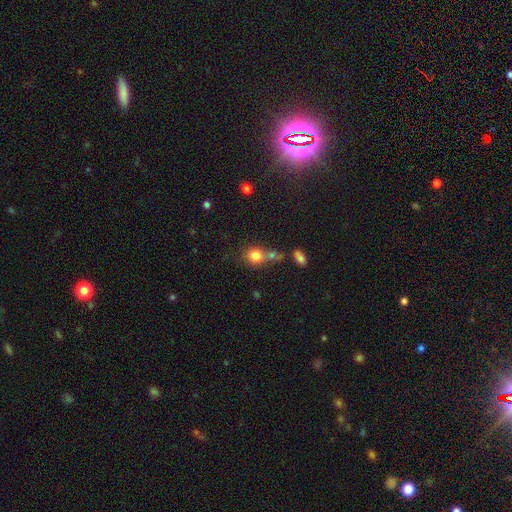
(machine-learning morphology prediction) This appears to be a smooth galaxy with no disk features (80%) that is round (79%). Merging: none (48%).